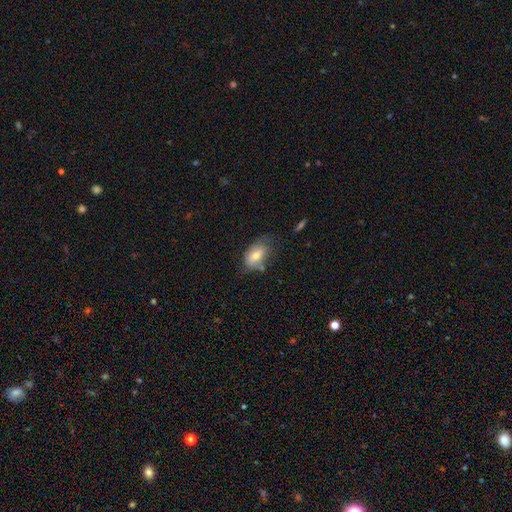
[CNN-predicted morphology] Smooth or featured: smooth — 64% (featured or disk — 27%)
How rounded: in between — 86% (round — 12%)
Merging: none — 50% (minor disturbance — 32%)